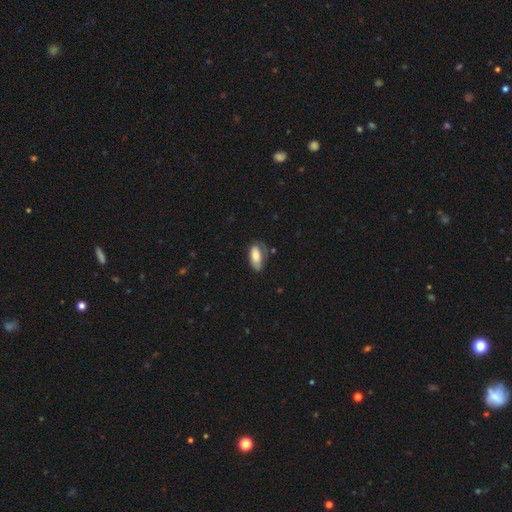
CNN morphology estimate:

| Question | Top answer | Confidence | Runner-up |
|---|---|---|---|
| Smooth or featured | smooth | 75% | featured or disk (19%) |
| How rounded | in between | 89% | cigar-shaped (8%) |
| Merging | none | 56% | minor disturbance (30%) |